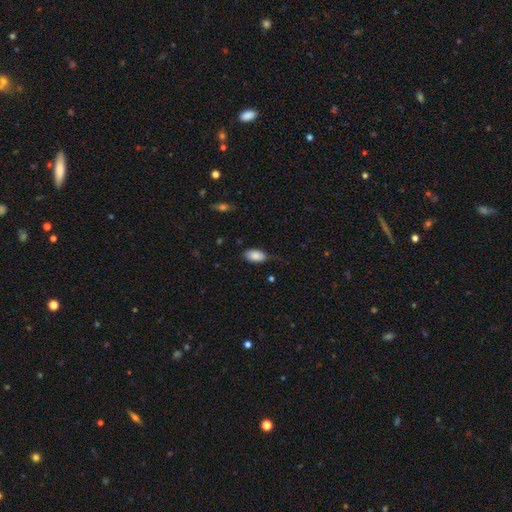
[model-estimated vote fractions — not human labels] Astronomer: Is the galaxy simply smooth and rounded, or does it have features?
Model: smooth — 87%.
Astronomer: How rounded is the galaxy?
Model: in between — 94%.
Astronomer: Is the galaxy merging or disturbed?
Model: none — 68%.